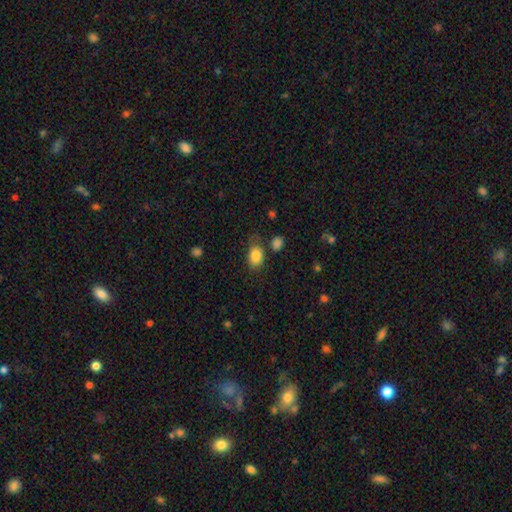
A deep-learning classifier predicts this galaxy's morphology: Smooth or featured? smooth (85%)
How rounded? in between (77%)
Merging? none (61%)